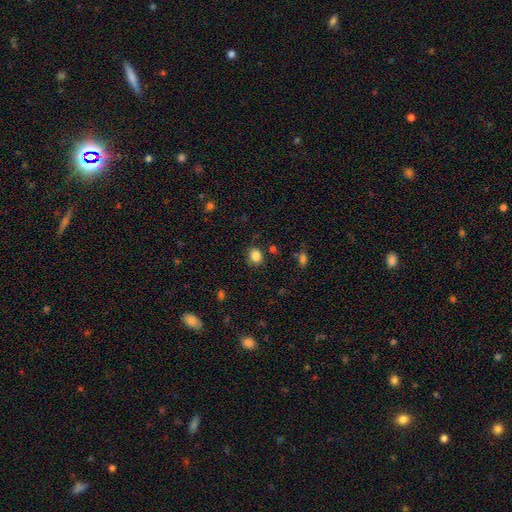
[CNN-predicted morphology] Smooth or featured?
  - smooth: 85% *
  - star or artifact: 11%
  - featured or disk: 4%
How rounded?
  - round: 63% *
  - in between: 36%
  - cigar-shaped: 1%
Merging?
  - none: 81% *
  - minor disturbance: 13%
  - major disturbance: 4%
  - merger: 2%